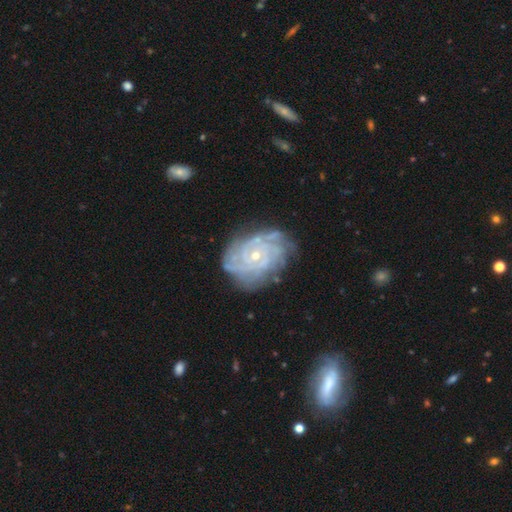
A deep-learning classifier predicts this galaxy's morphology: Q: Smooth or featured?
A: featured or disk (89%); runner-up: star or artifact (6%)
Q: Edge-on disk?
A: no (97%); runner-up: yes (3%)
Q: Bar?
A: no (74%); runner-up: weak (20%)
Q: Spiral arms?
A: yes (97%); runner-up: no (3%)
Q: Spiral winding?
A: tight (79%); runner-up: medium (17%)
Q: Spiral arm count?
A: can't tell (27%); runner-up: 4 (23%)
Q: Bulge size?
A: small (72%); runner-up: moderate (25%)
Q: Merging?
A: none (76%); runner-up: minor disturbance (16%)